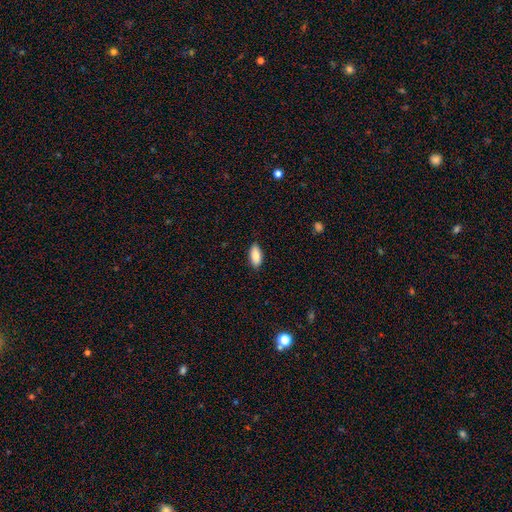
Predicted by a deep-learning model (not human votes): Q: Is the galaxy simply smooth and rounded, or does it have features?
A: smooth — 85%.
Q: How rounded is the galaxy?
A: in between — 88%.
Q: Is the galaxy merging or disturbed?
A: none — 87%.